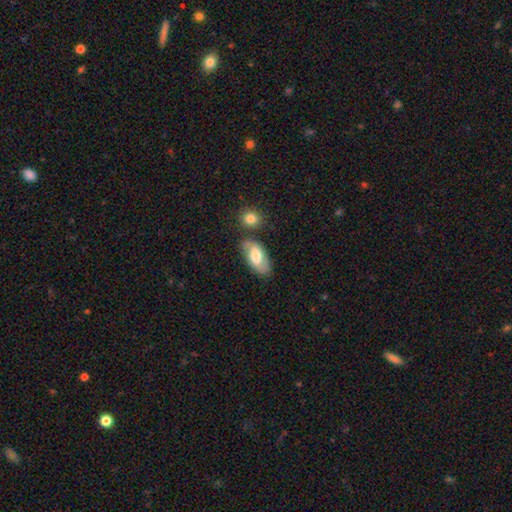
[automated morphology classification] Smooth or featured? Predicted: smooth (p=0.59). How rounded? Predicted: in between (p=0.92). Merging? Predicted: none (p=0.68).